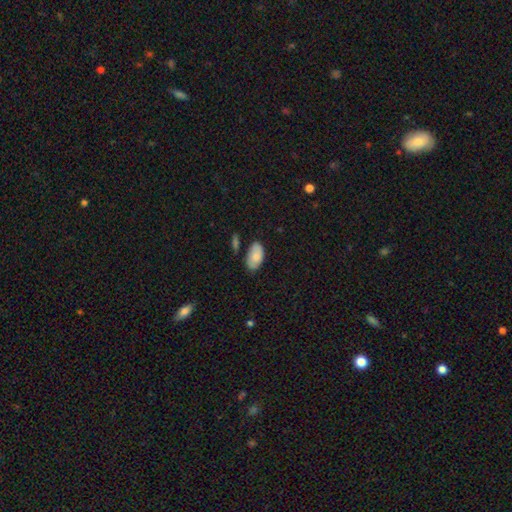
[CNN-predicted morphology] Smooth or featured?
  - smooth: 82% *
  - featured or disk: 12%
  - star or artifact: 6%
How rounded?
  - in between: 95% *
  - round: 3%
  - cigar-shaped: 2%
Merging?
  - none: 72% *
  - minor disturbance: 19%
  - merger: 5%
  - major disturbance: 4%